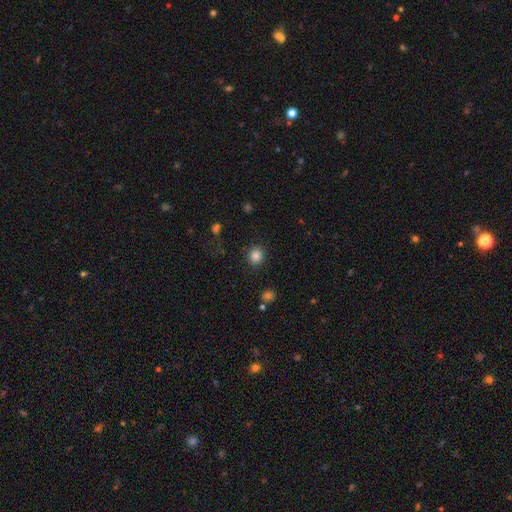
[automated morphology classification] A smooth galaxy with no disk features (85%) that is round (87%). Merging: none (88%).